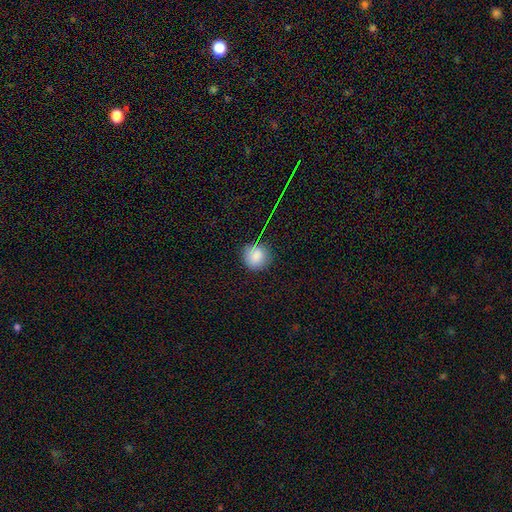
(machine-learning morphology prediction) type=smooth (83%); roundness=round (91%); merging=none (85%).